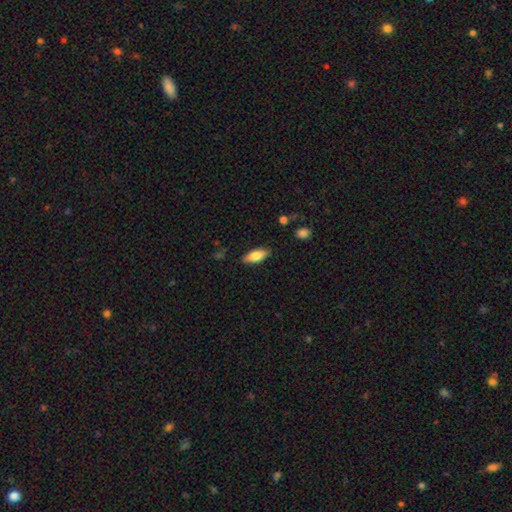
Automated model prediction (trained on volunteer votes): Morphology: type=smooth (75%); roundness=in between (77%); merging=none (85%).